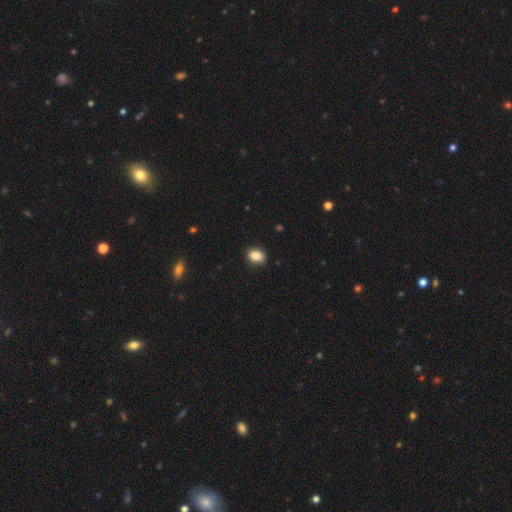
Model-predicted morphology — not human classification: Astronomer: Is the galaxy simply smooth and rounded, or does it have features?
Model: smooth — 86%.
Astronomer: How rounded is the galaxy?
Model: in between — 76%.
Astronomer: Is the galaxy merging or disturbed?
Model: none — 87%.